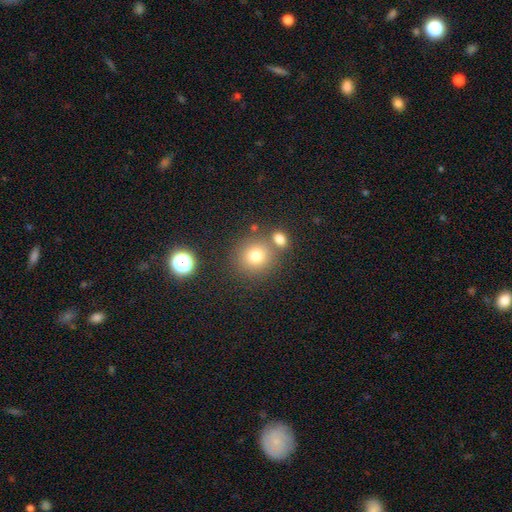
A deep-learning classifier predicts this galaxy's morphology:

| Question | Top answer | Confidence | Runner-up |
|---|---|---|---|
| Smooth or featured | smooth | 77% | star or artifact (14%) |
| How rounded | round | 86% | in between (13%) |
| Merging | none | 69% | merger (18%) |